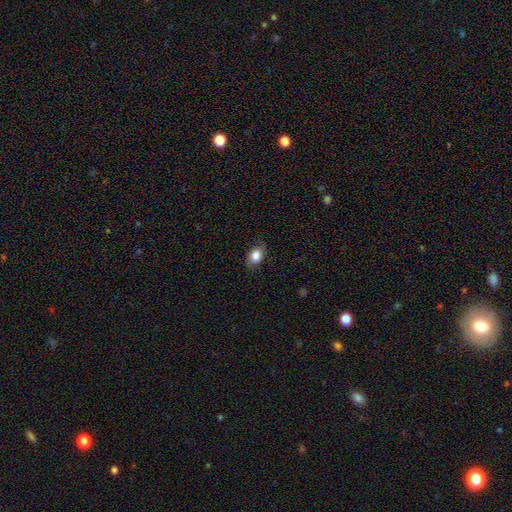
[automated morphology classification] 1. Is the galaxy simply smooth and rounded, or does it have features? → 79% smooth, 12% featured or disk, 8% star or artifact.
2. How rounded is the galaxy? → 75% in between, 23% round, 2% cigar-shaped.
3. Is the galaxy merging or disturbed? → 74% none, 19% minor disturbance, 5% major disturbance, 1% merger.